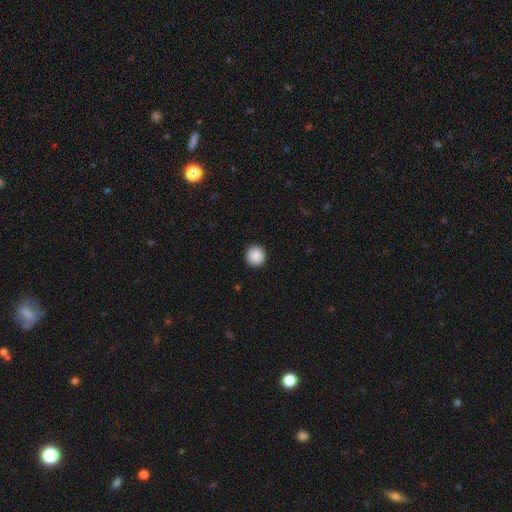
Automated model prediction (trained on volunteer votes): The model was most divided on "smooth or featured": smooth: 90%, star or artifact: 8%, featured or disk: 2%. More confident: how rounded — round (95%); merging — none (93%).